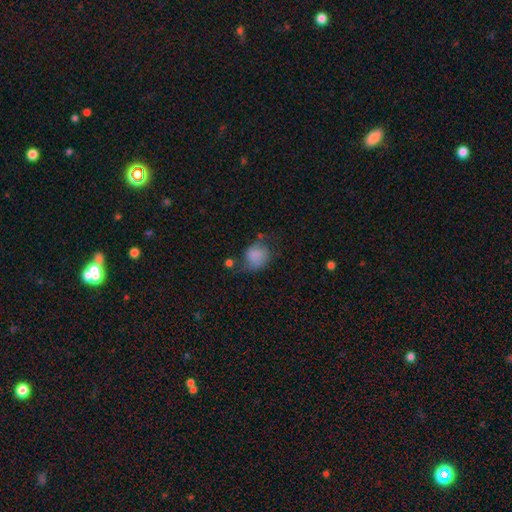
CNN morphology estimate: type=smooth (73%); roundness=round (60%); merging=none (45%).